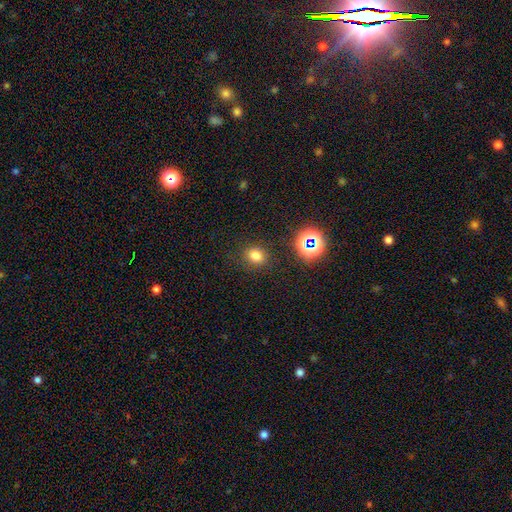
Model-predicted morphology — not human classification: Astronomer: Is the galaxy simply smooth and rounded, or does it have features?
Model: smooth — 75%.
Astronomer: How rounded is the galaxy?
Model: round — 67%.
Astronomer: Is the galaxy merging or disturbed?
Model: none — 86%.